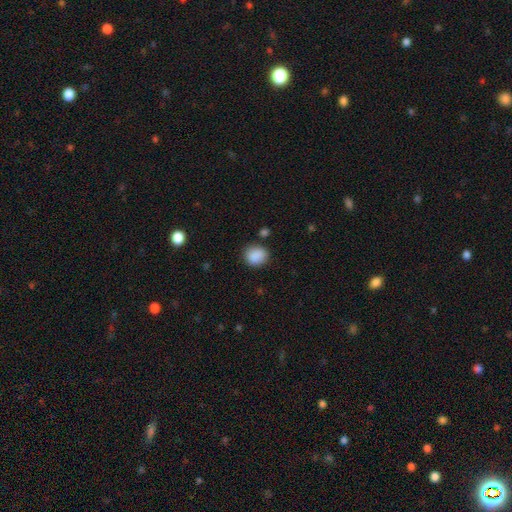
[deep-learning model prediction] Smooth or featured: smooth — 88% (star or artifact — 9%)
How rounded: round — 70% (in between — 29%)
Merging: none — 80% (minor disturbance — 14%)